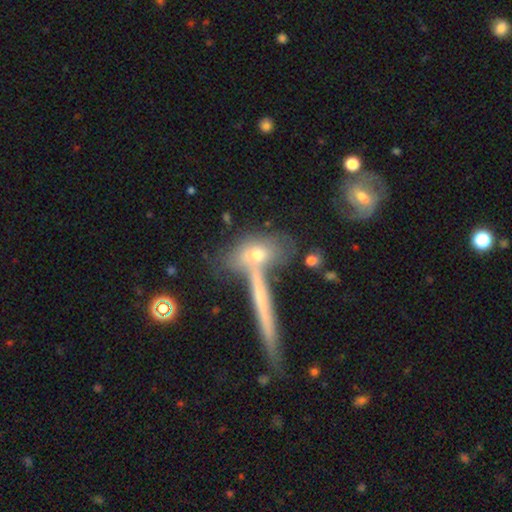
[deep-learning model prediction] This is possibly a smooth galaxy (59%). How rounded: possibly in between (52%). Merging: possibly none (49%).